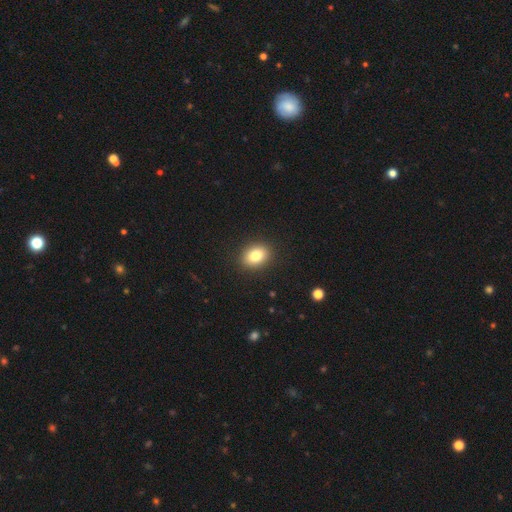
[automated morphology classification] Overall: smooth (83%). How rounded: in between (68%; round 31%). Merging: none (90%).